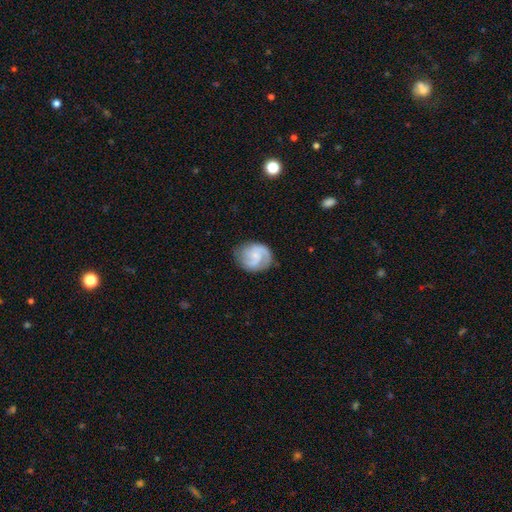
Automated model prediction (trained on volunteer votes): A featured or disk galaxy (74%) with no bar (56%), 2 (70%) medium (50%) spiral arms (96%) and a small central bulge (60%). Merging: none (77%).